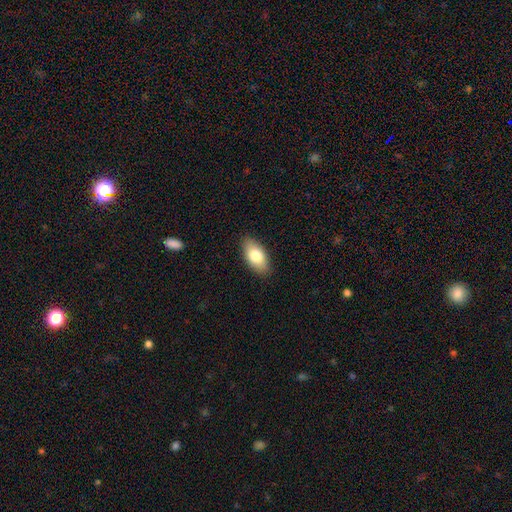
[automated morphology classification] smooth_or_featured: smooth (p=0.79) [alt: featured or disk p=0.15]
how_rounded: in between (p=0.92) [alt: cigar-shaped p=0.04]
merging: none (p=0.88) [alt: minor disturbance p=0.09]